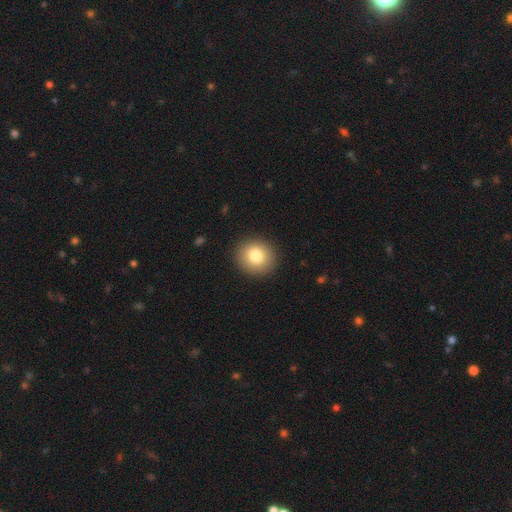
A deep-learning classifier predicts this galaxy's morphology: This appears to be a smooth galaxy with no disk features (80%) that is round (84%). Merging: none (91%).